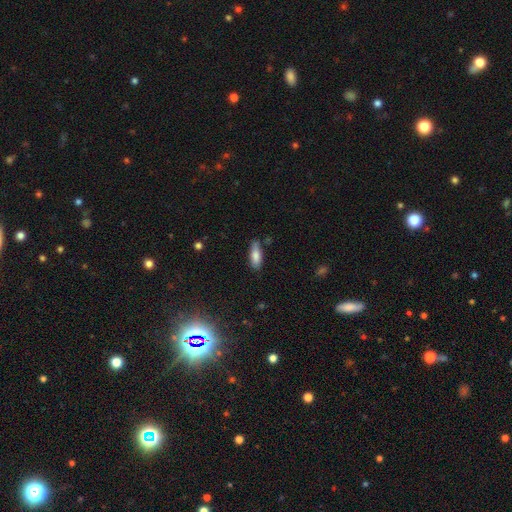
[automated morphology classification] Smooth or featured? Predicted: smooth (p=0.80). How rounded? Predicted: in between (p=0.65). Merging? Predicted: none (p=0.72).